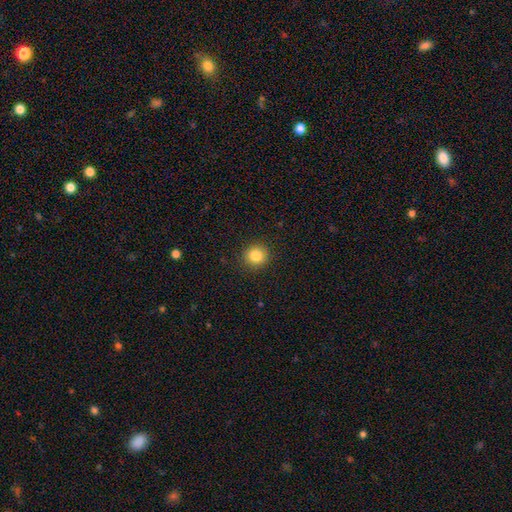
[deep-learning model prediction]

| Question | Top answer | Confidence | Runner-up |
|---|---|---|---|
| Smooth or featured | smooth | 84% | star or artifact (11%) |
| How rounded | round | 90% | in between (9%) |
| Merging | none | 90% | minor disturbance (6%) |